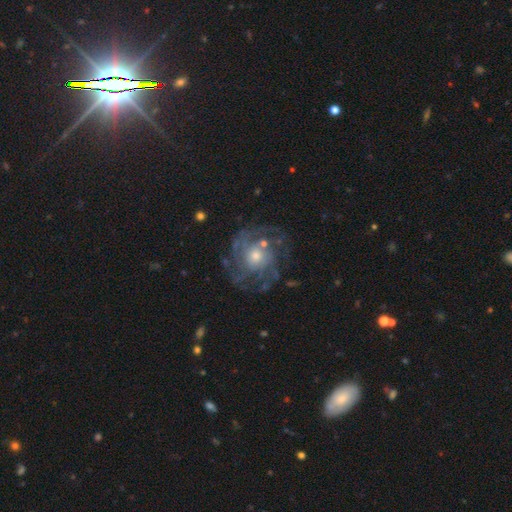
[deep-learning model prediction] Q: Smooth or featured?
A: featured or disk (80%); runner-up: smooth (11%)
Q: Edge-on disk?
A: no (98%); runner-up: yes (2%)
Q: Bar?
A: no (80%); runner-up: weak (17%)
Q: Spiral arms?
A: yes (88%); runner-up: no (12%)
Q: Spiral winding?
A: tight (55%); runner-up: medium (34%)
Q: Spiral arm count?
A: can't tell (38%); runner-up: 4 (18%)
Q: Bulge size?
A: moderate (55%); runner-up: small (35%)
Q: Merging?
A: none (72%); runner-up: minor disturbance (15%)